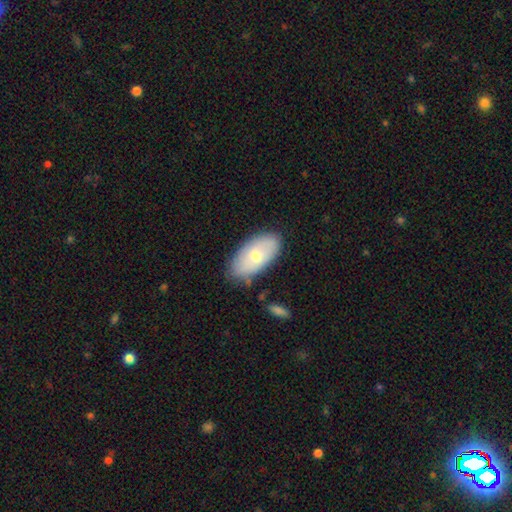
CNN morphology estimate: smooth_or_featured: smooth (p=0.63) [alt: featured or disk p=0.31]
how_rounded: in between (p=0.94) [alt: round p=0.03]
merging: none (p=0.78) [alt: minor disturbance p=0.16]